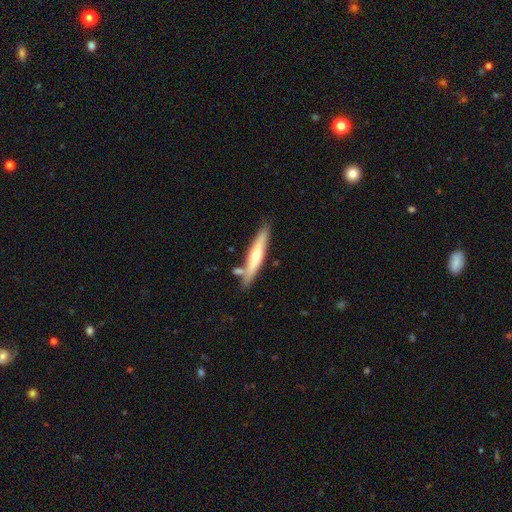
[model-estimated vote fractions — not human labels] Smooth or featured?
  - featured or disk: 47% * (tied)
  - smooth: 47% * (tied)
  - star or artifact: 6%
Merging?
  - none: 71% *
  - minor disturbance: 14%
  - merger: 12%
  - major disturbance: 3%